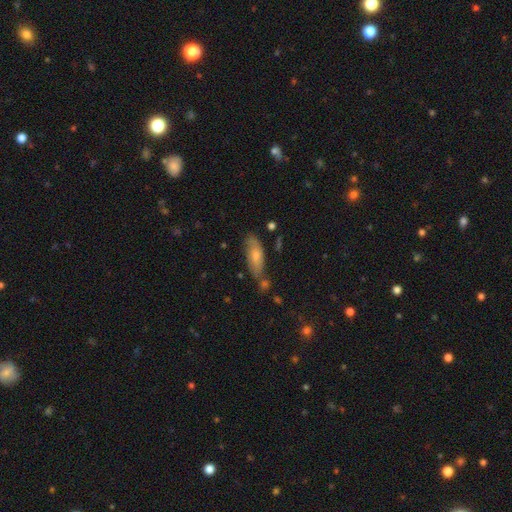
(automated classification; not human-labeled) Overall: smooth (68%). How rounded: in between (70%). Merging: none (61%; minor disturbance 23%).